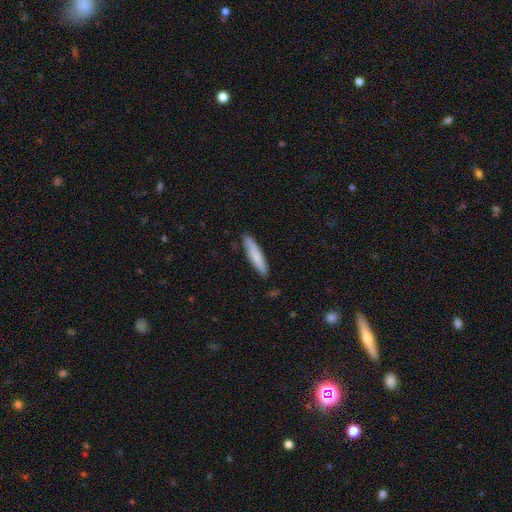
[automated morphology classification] A smooth galaxy with no disk features (78%) that is cigar-shaped (89%). Merging: none (87%).